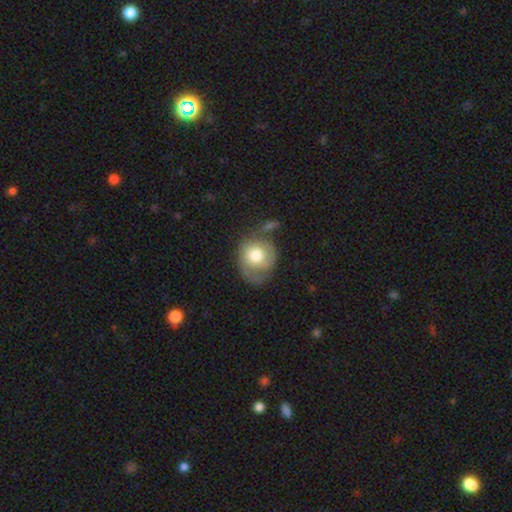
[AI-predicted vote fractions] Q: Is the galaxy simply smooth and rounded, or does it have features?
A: smooth — 62%.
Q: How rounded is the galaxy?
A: round — 76%.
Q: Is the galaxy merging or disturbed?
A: none — 43%.